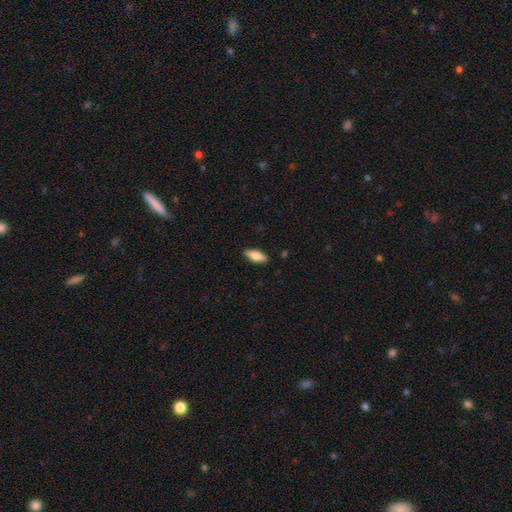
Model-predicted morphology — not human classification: Q: Smooth or featured?
A: smooth (73%); runner-up: featured or disk (21%)
Q: How rounded?
A: in between (70%); runner-up: cigar-shaped (27%)
Q: Merging?
A: none (88%); runner-up: minor disturbance (9%)